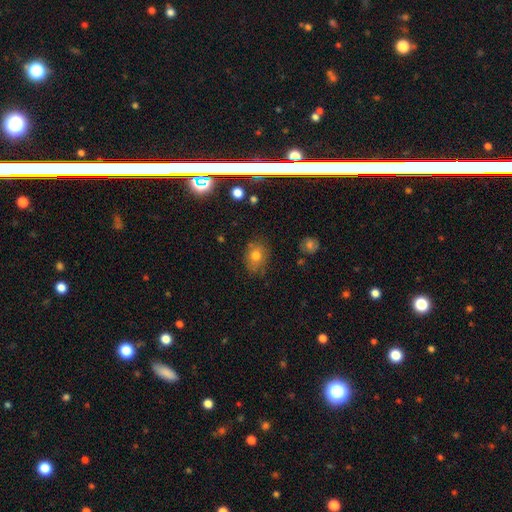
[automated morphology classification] Smooth or featured? smooth (75%)
How rounded? in between (56%)
Merging? none (77%)